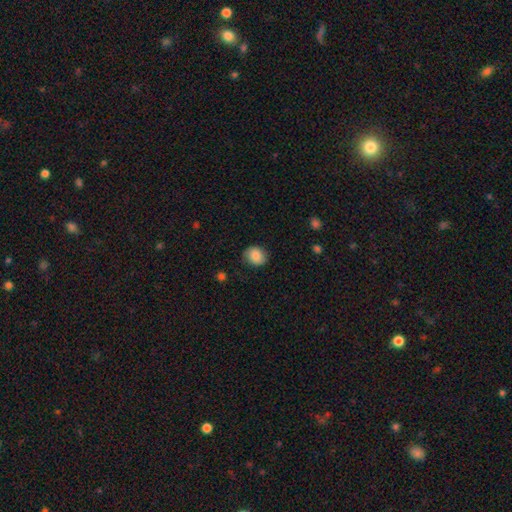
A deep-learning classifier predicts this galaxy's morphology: The model was most divided on "how rounded": round: 64%, in between: 35%, cigar-shaped: 1%. More confident: smooth or featured — smooth (83%); merging — none (80%).